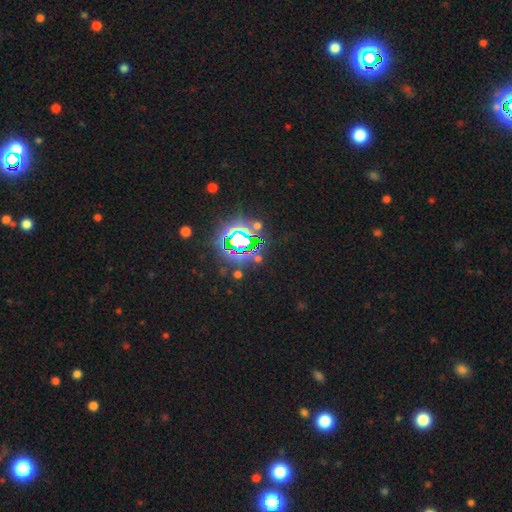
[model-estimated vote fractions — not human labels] Q: Smooth or featured?
A: star or artifact (78%); runner-up: smooth (12%)